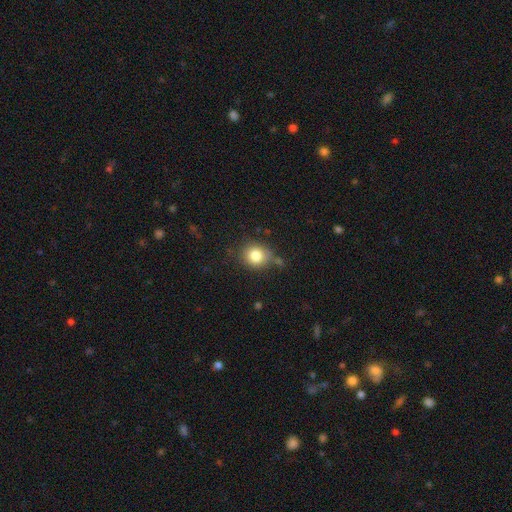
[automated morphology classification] Overall: smooth (82%). How rounded: round (77%). Merging: none (72%).